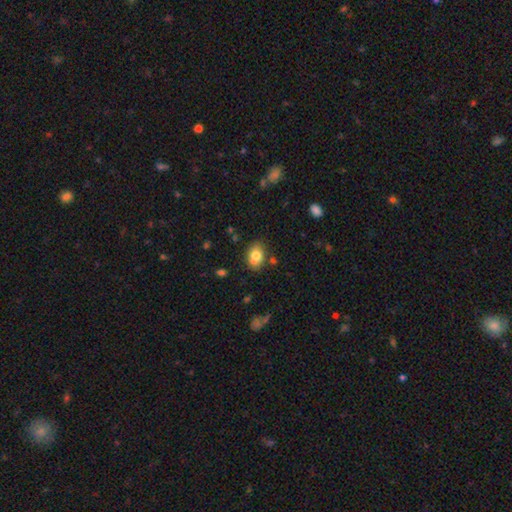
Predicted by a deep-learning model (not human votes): Smooth or featured?
  - smooth: 81% *
  - featured or disk: 10%
  - star or artifact: 9%
How rounded?
  - in between: 72% *
  - round: 27%
  - cigar-shaped: 1%
Merging?
  - none: 76% *
  - minor disturbance: 15%
  - merger: 5%
  - major disturbance: 3%